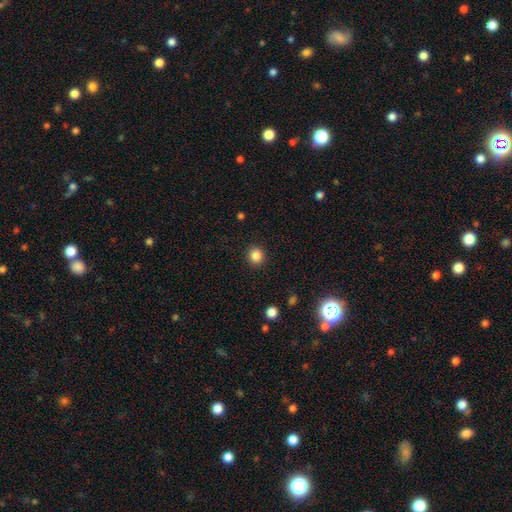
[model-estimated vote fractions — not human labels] smooth_or_featured: smooth (p=0.85) [alt: star or artifact p=0.11]
how_rounded: round (p=0.91) [alt: in between p=0.09]
merging: none (p=0.91) [alt: minor disturbance p=0.06]